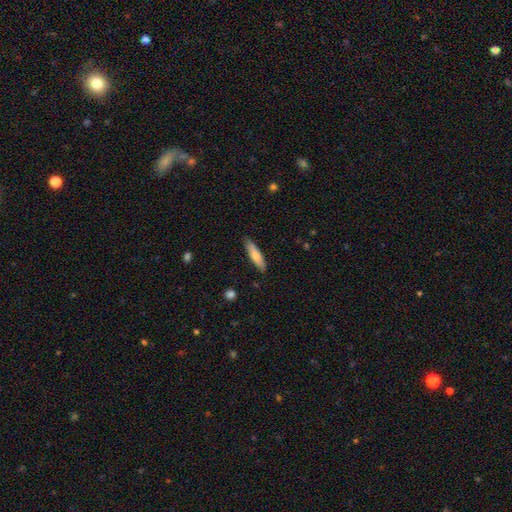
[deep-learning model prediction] Smooth or featured: smooth — 69% (featured or disk — 25%)
How rounded: cigar-shaped — 76% (in between — 22%)
Merging: none — 86% (minor disturbance — 11%)